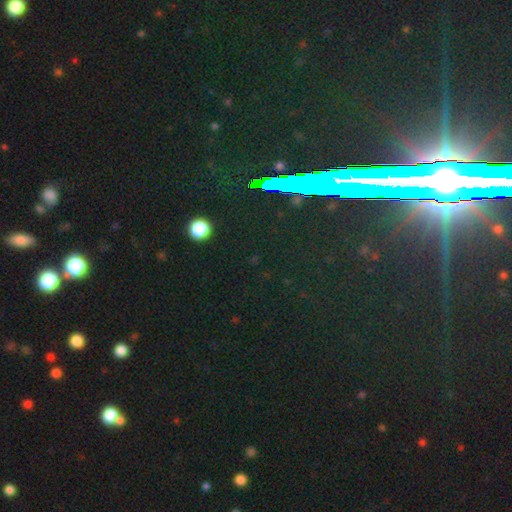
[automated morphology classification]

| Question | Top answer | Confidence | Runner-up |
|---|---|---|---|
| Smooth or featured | star or artifact | 79% | featured or disk (12%) |